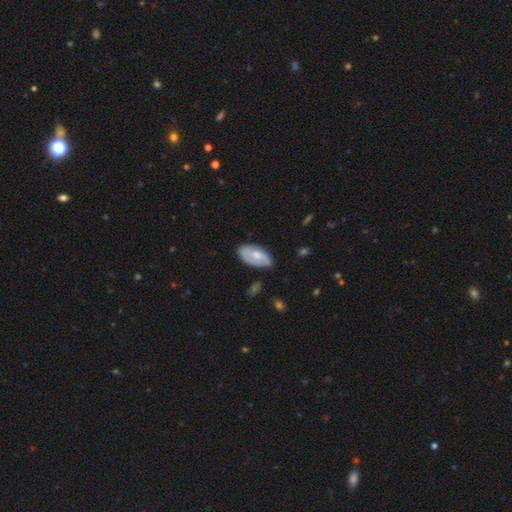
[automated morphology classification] featured or disk 53%, smooth 41%, star or artifact 6%. Down the decision tree: edge-on disk — no (93%); merging — none (72%).